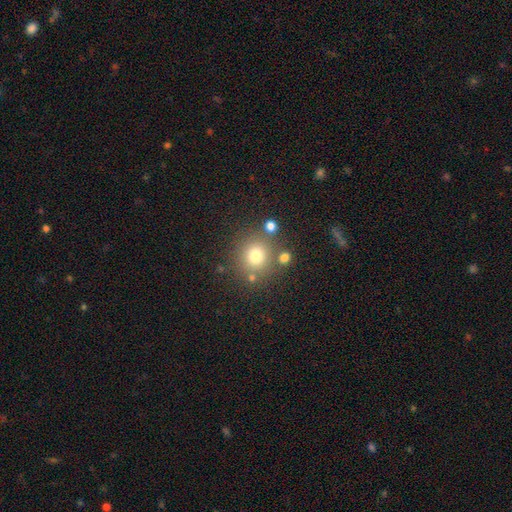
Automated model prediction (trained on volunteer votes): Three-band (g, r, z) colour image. It shows a smooth galaxy with no disk features (75%) that is round (90%). Merging: none (77%).